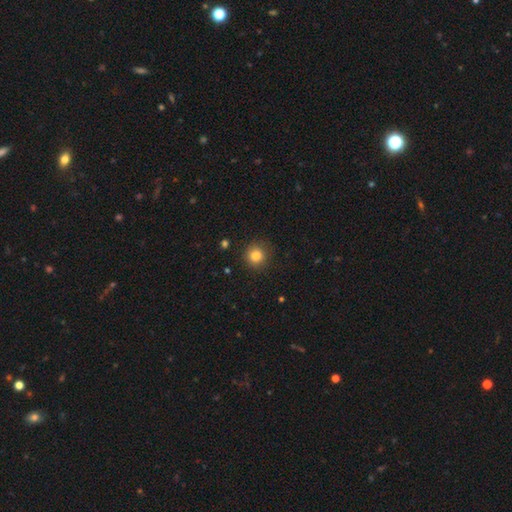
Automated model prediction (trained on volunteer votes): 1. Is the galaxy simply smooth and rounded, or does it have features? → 83% smooth, 12% star or artifact, 6% featured or disk.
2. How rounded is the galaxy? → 92% round, 7% in between, 1% cigar-shaped.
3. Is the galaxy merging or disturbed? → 88% none, 8% minor disturbance, 2% major disturbance, 1% merger.